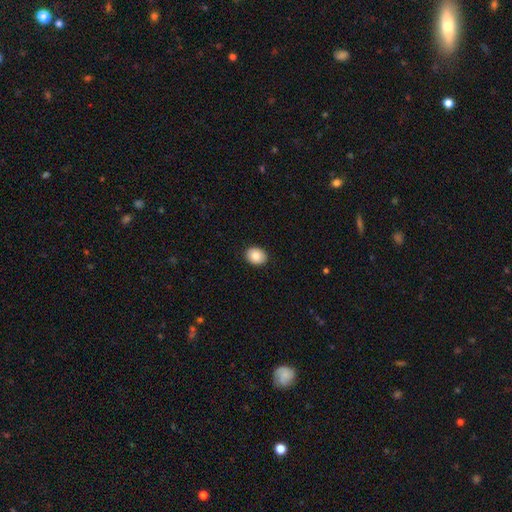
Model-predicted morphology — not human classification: smooth 84%, star or artifact 8%, featured or disk 8%. Down the decision tree: how rounded — in between (51%); merging — none (91%).